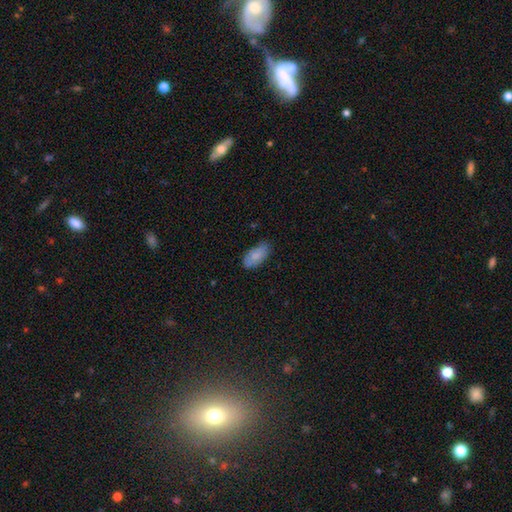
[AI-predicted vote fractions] Smooth or featured? smooth (79%)
How rounded? in between (93%)
Merging? none (73%)